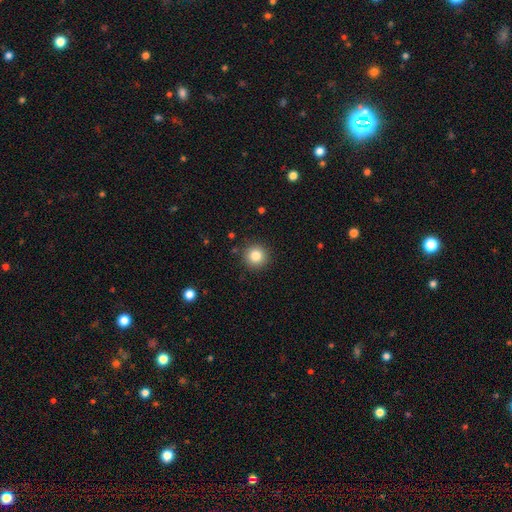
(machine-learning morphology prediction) The model was most divided on "smooth or featured": smooth: 84%, star or artifact: 10%, featured or disk: 6%. More confident: how rounded — round (95%); merging — none (90%).